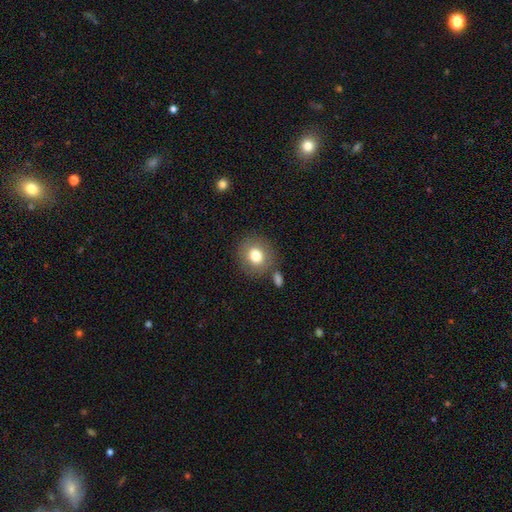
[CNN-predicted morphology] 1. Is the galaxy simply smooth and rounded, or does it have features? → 78% smooth, 12% featured or disk, 9% star or artifact.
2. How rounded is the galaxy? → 79% round, 20% in between, 1% cigar-shaped.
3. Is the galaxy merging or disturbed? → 78% none, 11% minor disturbance, 7% merger, 4% major disturbance.